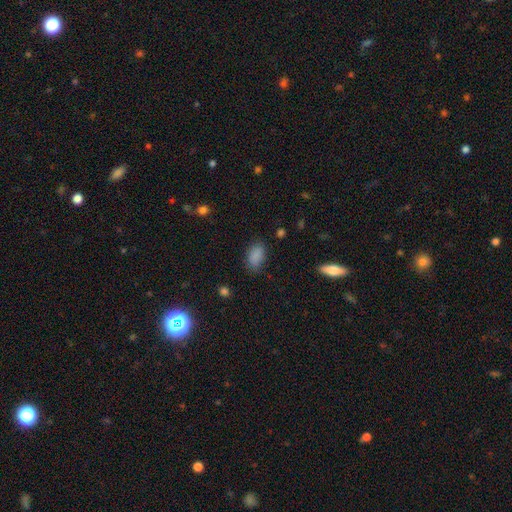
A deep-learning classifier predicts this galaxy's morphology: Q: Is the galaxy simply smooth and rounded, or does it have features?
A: smooth — 85%.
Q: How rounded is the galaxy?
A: in between — 90%.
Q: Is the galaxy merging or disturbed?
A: none — 74%.